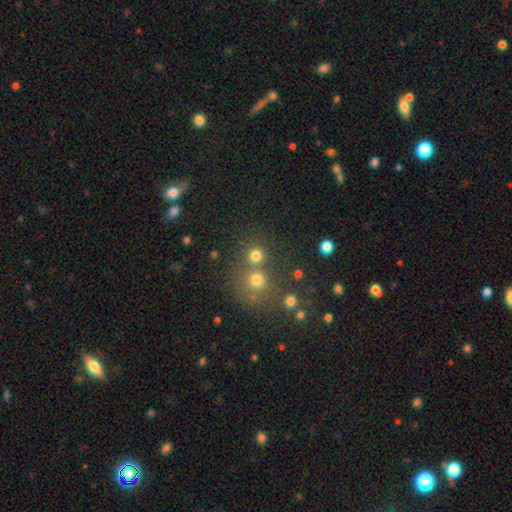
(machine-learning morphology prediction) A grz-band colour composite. It shows a smooth galaxy with no disk features (76%) that is round (91%). Merging: none (65%).